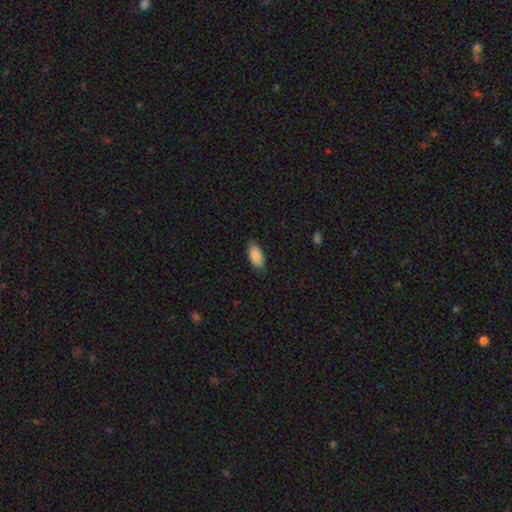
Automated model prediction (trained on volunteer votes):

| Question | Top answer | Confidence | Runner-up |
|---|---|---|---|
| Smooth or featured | smooth | 89% | star or artifact (6%) |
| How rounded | in between | 93% | cigar-shaped (5%) |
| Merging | none | 84% | minor disturbance (13%) |